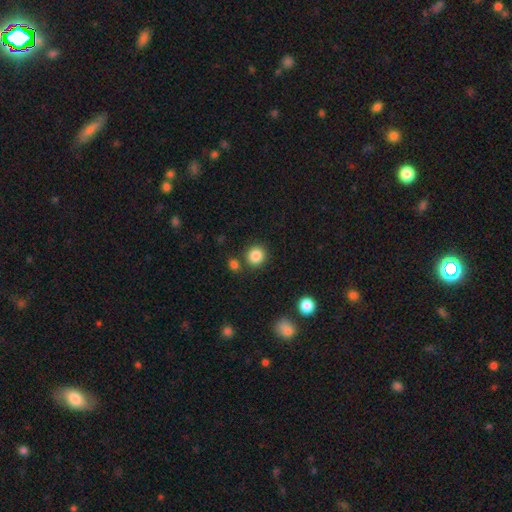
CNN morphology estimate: A smooth galaxy with no disk features (86%) that is round (90%).

Vote fractions:
- Smooth or featured? smooth: 86% / star or artifact: 10% / featured or disk: 4%
- How rounded? round: 90% / in between: 10% / cigar-shaped: 1%
- Merging? none: 82% / minor disturbance: 8% / merger: 7% / major disturbance: 3%